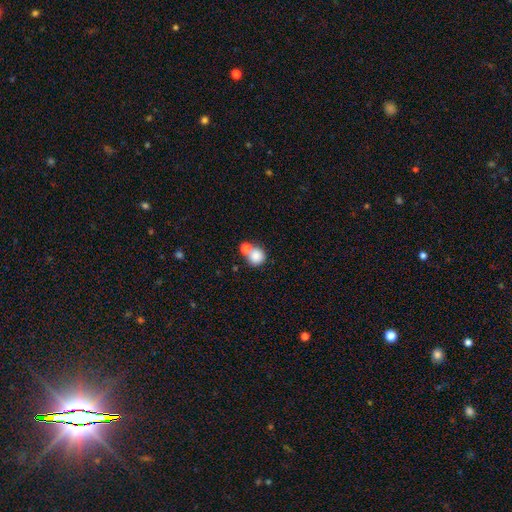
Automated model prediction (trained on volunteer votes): Overall: smooth (83%). How rounded: round (88%). Merging: none (50%; merger 39%).